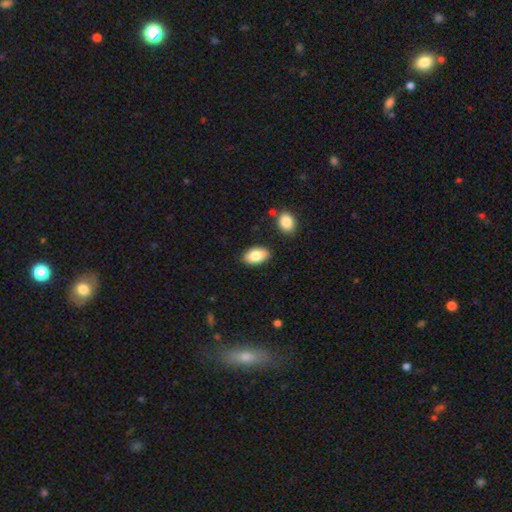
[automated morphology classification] type=smooth (81%); roundness=in between (93%); merging=none (84%).